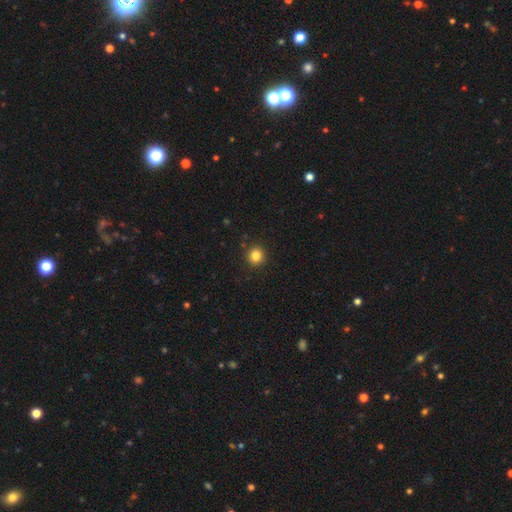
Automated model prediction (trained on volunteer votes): Q: Smooth or featured?
A: smooth (83%); runner-up: star or artifact (13%)
Q: How rounded?
A: round (92%); runner-up: in between (7%)
Q: Merging?
A: none (91%); runner-up: minor disturbance (6%)